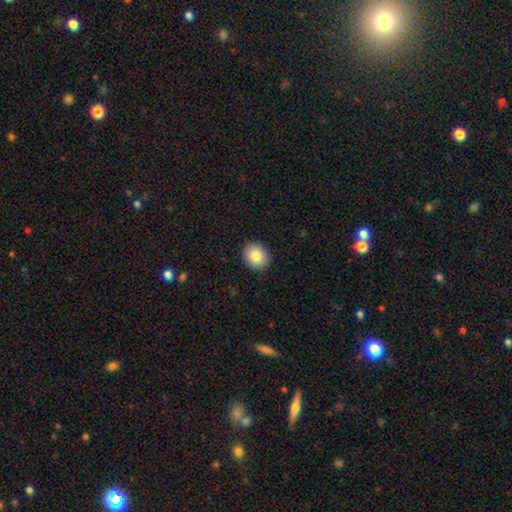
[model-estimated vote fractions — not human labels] Smooth or featured: smooth — 84% (star or artifact — 8%)
How rounded: round — 57% (in between — 42%)
Merging: none — 90% (minor disturbance — 8%)